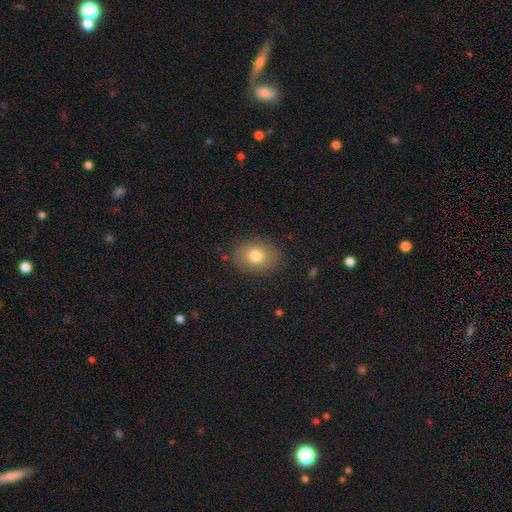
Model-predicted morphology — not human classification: Smooth or featured? Predicted: smooth (p=0.77). How rounded? Predicted: in between (p=0.62). Merging? Predicted: none (p=0.86).